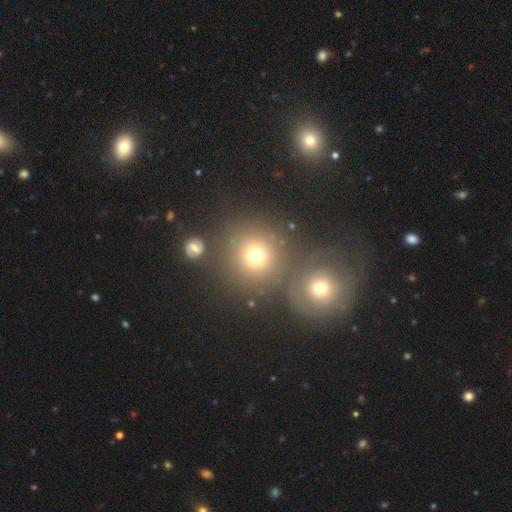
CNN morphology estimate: Smooth or featured?
  - smooth: 73% *
  - star or artifact: 16%
  - featured or disk: 11%
How rounded?
  - round: 91% *
  - in between: 8%
  - cigar-shaped: 1%
Merging?
  - none: 63% *
  - merger: 26%
  - minor disturbance: 7%
  - major disturbance: 4%